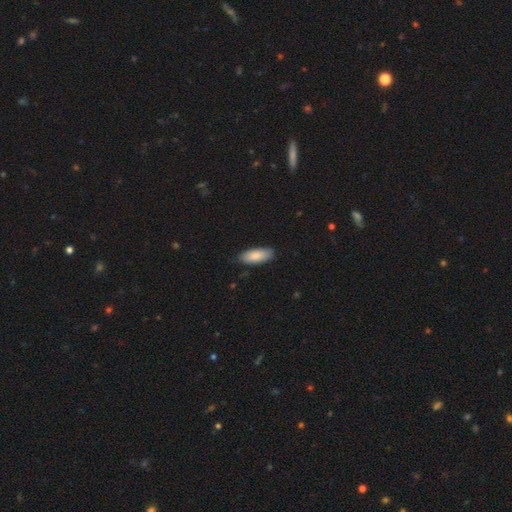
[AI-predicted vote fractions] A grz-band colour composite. It shows a smooth galaxy with no disk features (85%) that is in between round and cigar-shaped (79%). Merging: none (83%).